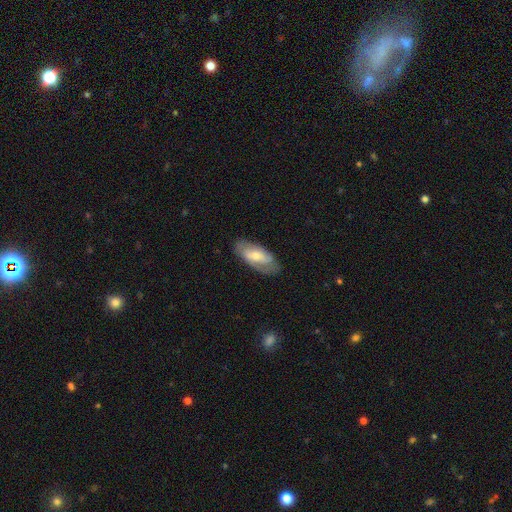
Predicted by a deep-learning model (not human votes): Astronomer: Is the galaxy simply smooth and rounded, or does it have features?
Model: featured or disk — 55% (runner-up: smooth, 39%).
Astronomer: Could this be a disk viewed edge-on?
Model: no — 87%.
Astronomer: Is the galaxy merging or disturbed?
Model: none — 78%.